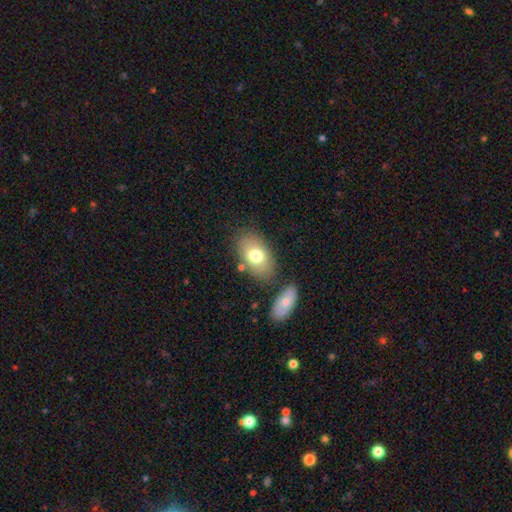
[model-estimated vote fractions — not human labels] Smooth or featured?
  - smooth: 74% *
  - featured or disk: 19%
  - star or artifact: 8%
How rounded?
  - in between: 89% *
  - round: 9%
  - cigar-shaped: 2%
Merging?
  - none: 72% *
  - minor disturbance: 14%
  - merger: 10%
  - major disturbance: 4%